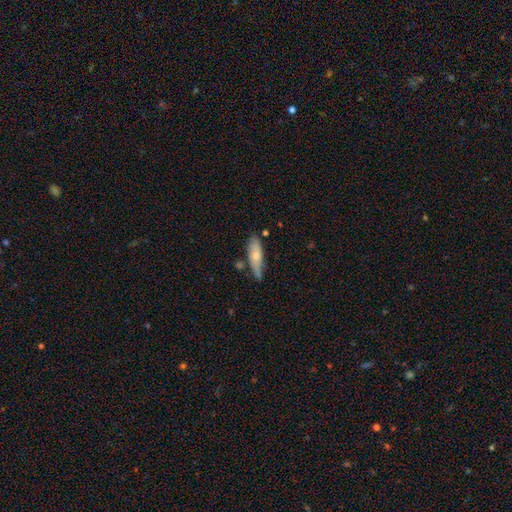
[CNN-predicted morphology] Smooth or featured? Predicted: smooth (p=0.65). How rounded? Predicted: cigar-shaped (p=0.52). Merging? Predicted: none (p=0.61).